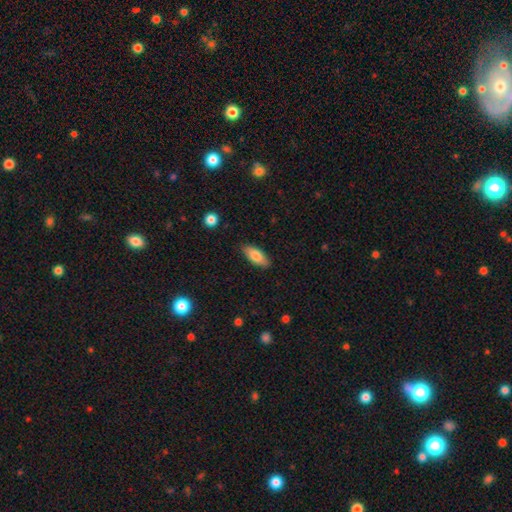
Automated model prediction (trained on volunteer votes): This is clearly a smooth galaxy (80%). How rounded: clearly in between (81%). Merging: clearly none (86%).